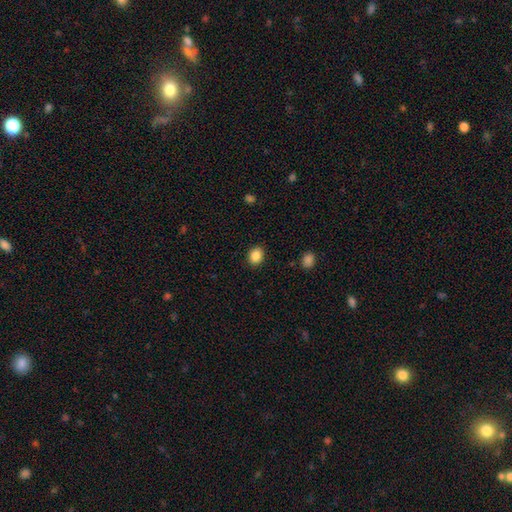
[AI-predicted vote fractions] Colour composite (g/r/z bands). It shows a smooth galaxy with no disk features (87%) that is in between round and cigar-shaped (51%). Merging: none (89%).